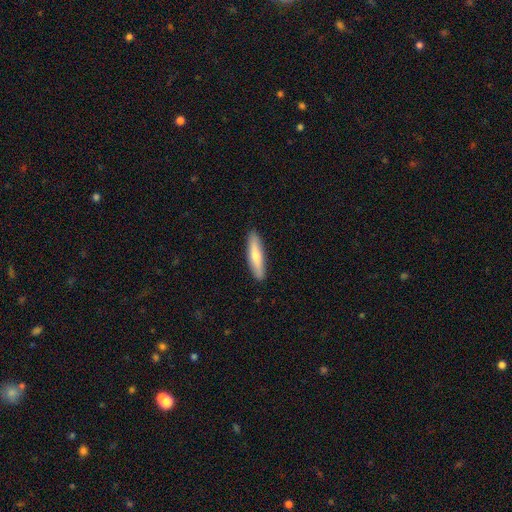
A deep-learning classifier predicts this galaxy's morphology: A smooth galaxy with no disk features (68%) that is cigar-shaped (77%).

Vote fractions:
- Smooth or featured? smooth: 68% / featured or disk: 26% / star or artifact: 5%
- How rounded? cigar-shaped: 77% / in between: 21% / round: 2%
- Merging? none: 90% / minor disturbance: 8% / major disturbance: 2% / merger: 1%